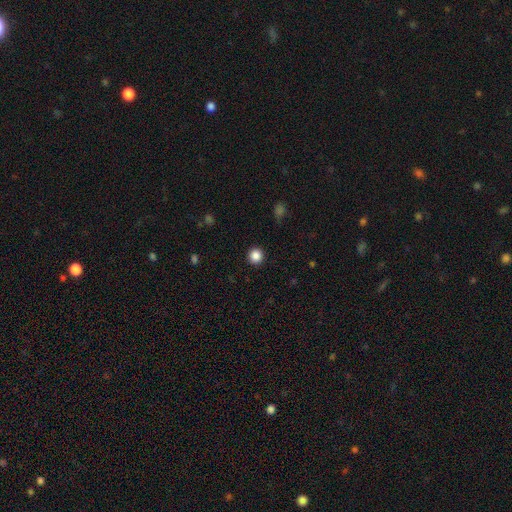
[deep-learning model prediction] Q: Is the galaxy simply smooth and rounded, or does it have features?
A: smooth — 86%.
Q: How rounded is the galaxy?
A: round — 95%.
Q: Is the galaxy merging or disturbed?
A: none — 92%.